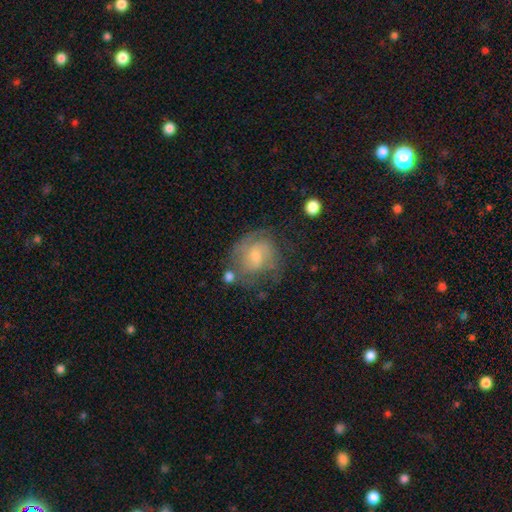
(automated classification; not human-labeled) smooth-or-featured: featured or disk: 63% | smooth: 28% | star or artifact: 9%
  disk-edge-on: no: 97% | yes: 3%
    bar: no: 49% | weak: 43% | strong: 7%
    has-spiral-arms: yes: 83% | no: 17%
      spiral-winding: tight: 47% | medium: 39% | loose: 14%
      spiral-arm-count: can't tell: 37% (tied) | 2: 37% (tied) | 3: 12% | 1: 7% | 4: 3% | more than 4: 3%
    bulge-size: small: 52% | moderate: 36% | none: 7% | large: 3% | dominant: 1%
  merging: none: 59% | minor disturbance: 22% | major disturbance: 14% | merger: 5%